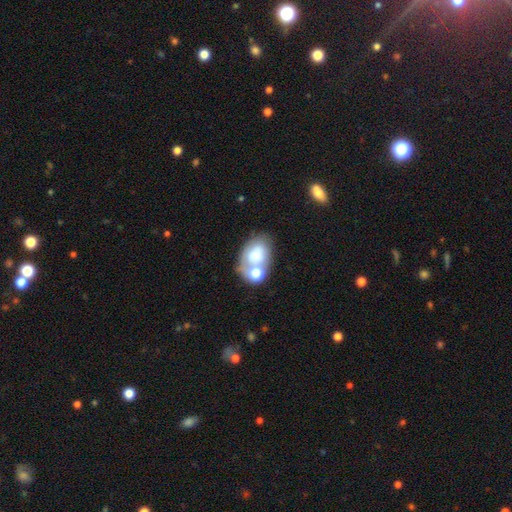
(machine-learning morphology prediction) smooth_or_featured: smooth (p=0.64) [alt: featured or disk p=0.25]
how_rounded: in between (p=0.79) [alt: round p=0.20]
merging: merger (p=0.38) [alt: none p=0.35]